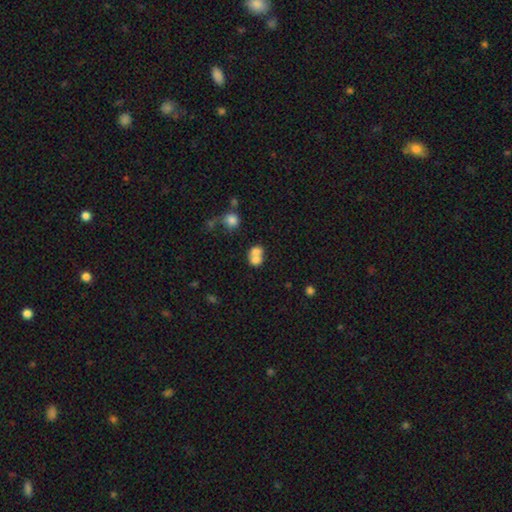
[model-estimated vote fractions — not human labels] Smooth or featured?
  - smooth: 69% *
  - featured or disk: 20%
  - star or artifact: 11%
How rounded?
  - round: 58% *
  - in between: 41%
  - cigar-shaped: 1%
Merging?
  - merger: 65% *
  - none: 24%
  - minor disturbance: 7%
  - major disturbance: 4%